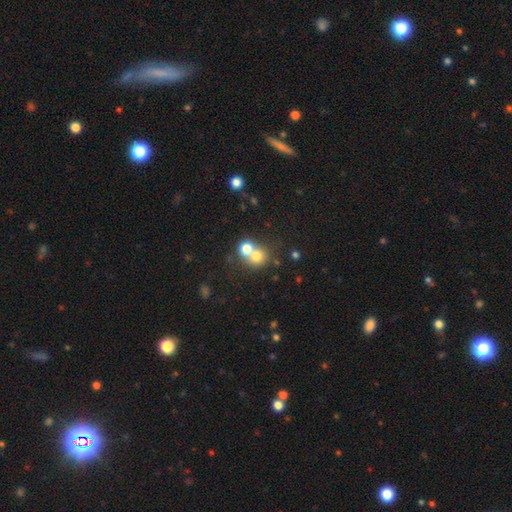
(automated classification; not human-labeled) smooth-or-featured: smooth: 72% | featured or disk: 15% | star or artifact: 13%
  how-rounded: round: 81% | in between: 19% | cigar-shaped: 1%
  merging: merger: 58% | none: 34% | minor disturbance: 5% | major disturbance: 3%